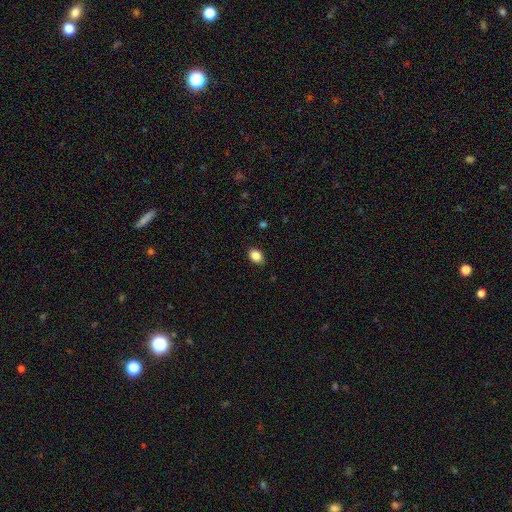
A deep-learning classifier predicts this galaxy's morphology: smooth 87%, star or artifact 9%, featured or disk 4%. Down the decision tree: how rounded — in between (76%); merging — none (89%).